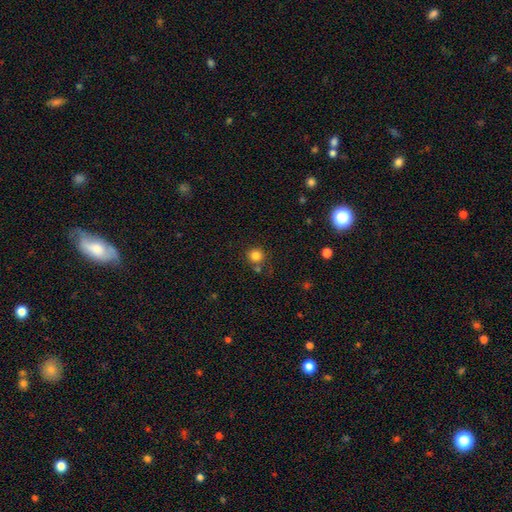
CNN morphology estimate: This is clearly a smooth galaxy (83%). How rounded: clearly round (92%). Merging: likely none (74%).